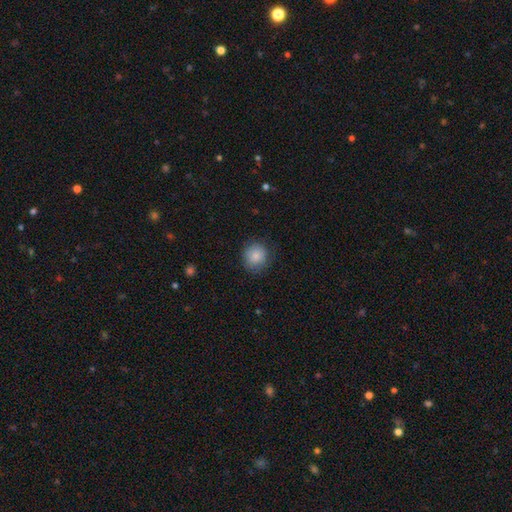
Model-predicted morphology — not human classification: The model was most divided on "merging": none: 82%, minor disturbance: 13%, major disturbance: 4%, merger: 1%. More confident: how rounded — round (88%); smooth or featured — smooth (85%).